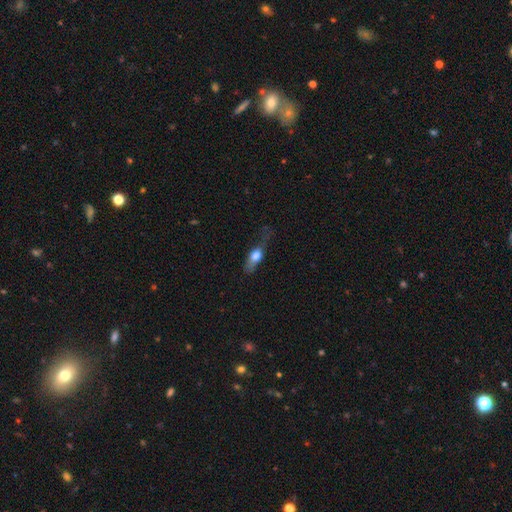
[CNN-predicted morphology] A smooth galaxy with no disk features (63%) that is in between round and cigar-shaped (59%). Merging: none (37%).